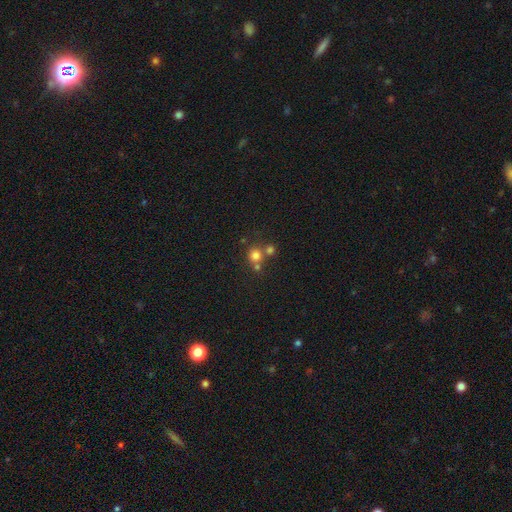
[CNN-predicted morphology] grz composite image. It shows a smooth galaxy with no disk features (75%) that is round (90%). Merging: none (56%).